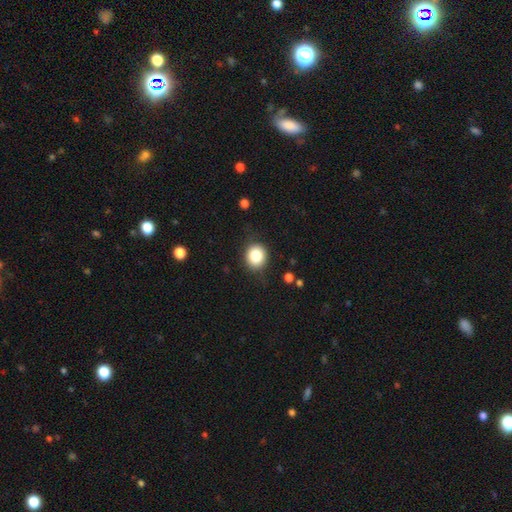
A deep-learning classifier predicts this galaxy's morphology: smooth 83%, star or artifact 10%, featured or disk 8%. Down the decision tree: how rounded — round (78%); merging — none (83%).